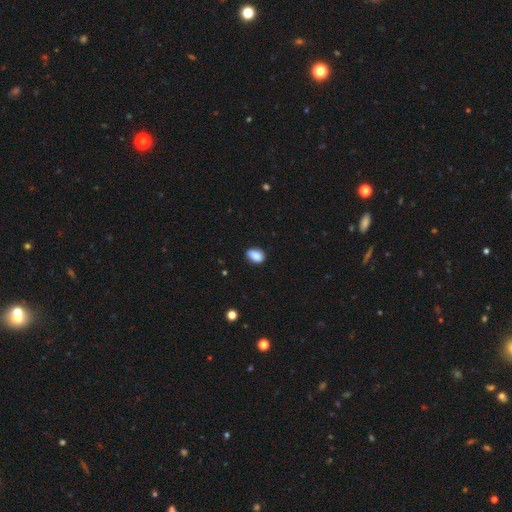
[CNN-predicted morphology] Overall: smooth (88%). How rounded: in between (83%). Merging: none (77%).